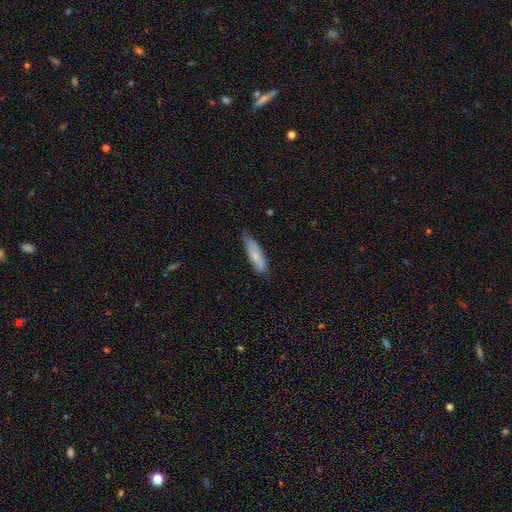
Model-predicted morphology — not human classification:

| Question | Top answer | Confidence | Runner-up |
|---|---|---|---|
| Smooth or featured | smooth | 73% | featured or disk (21%) |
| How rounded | cigar-shaped | 65% | in between (33%) |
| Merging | none | 68% | minor disturbance (26%) |